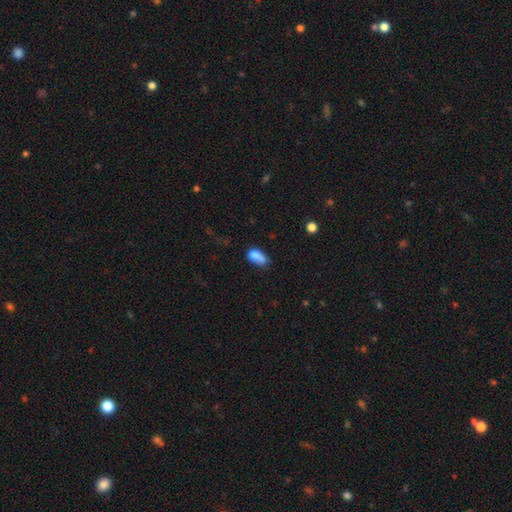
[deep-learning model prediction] Overall: smooth (77%). How rounded: in between (86%). Merging: none (35%; minor disturbance 29%).